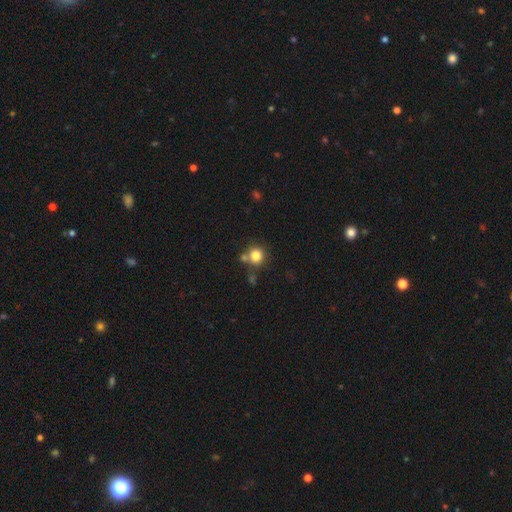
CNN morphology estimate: A smooth galaxy with no disk features (81%) that is round (90%).

Vote fractions:
- Smooth or featured? smooth: 81% / star or artifact: 12% / featured or disk: 7%
- How rounded? round: 90% / in between: 9% / cigar-shaped: 1%
- Merging? none: 68% / merger: 18% / minor disturbance: 10% / major disturbance: 3%